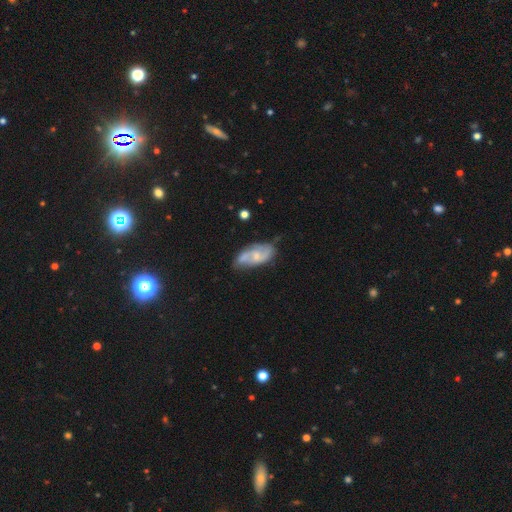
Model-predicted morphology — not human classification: Smooth or featured?
  - featured or disk: 63% *
  - smooth: 31%
  - star or artifact: 6%
Edge-on disk?
  - no: 94% *
  - yes: 6%
Bar?
  - no: 61% *
  - weak: 33%
  - strong: 6%
Spiral arms?
  - yes: 79% *
  - no: 21%
Bulge size?
  - small: 51% *
  - moderate: 36%
  - none: 9%
  - large: 2%
  - dominant: 1%
Merging?
  - none: 52% *
  - minor disturbance: 29%
  - major disturbance: 10%
  - merger: 10%